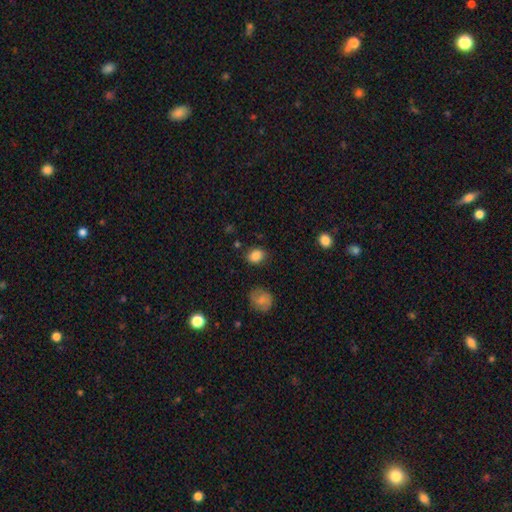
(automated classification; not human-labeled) Morphology: type=smooth (85%); roundness=in between (58%); merging=none (80%).